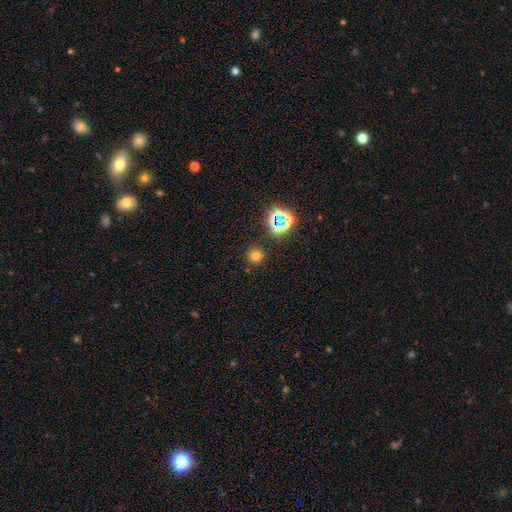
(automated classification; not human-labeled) smooth 70%, star or artifact 23%, featured or disk 7%. Down the decision tree: how rounded — round (94%); merging — none (88%).